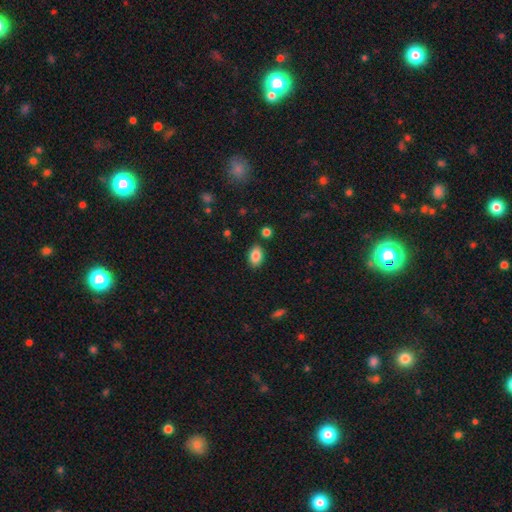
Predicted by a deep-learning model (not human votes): smooth-or-featured: smooth: 86% | star or artifact: 8% | featured or disk: 6%
  how-rounded: in between: 88% | round: 11% | cigar-shaped: 1%
  merging: none: 85% | minor disturbance: 9% | merger: 3% | major disturbance: 2%